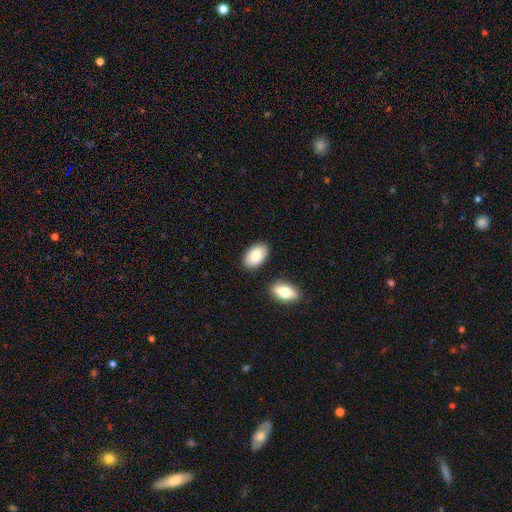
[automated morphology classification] Smooth or featured? smooth (86%)
How rounded? in between (95%)
Merging? none (82%)